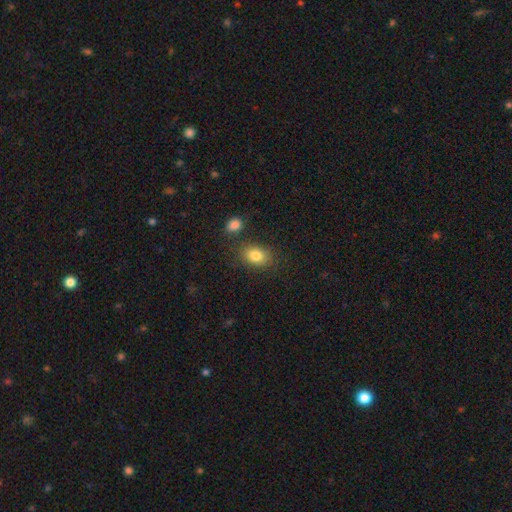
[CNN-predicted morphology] This appears to be a smooth galaxy with no disk features (83%) that is in between round and cigar-shaped (76%). Merging: none (77%).